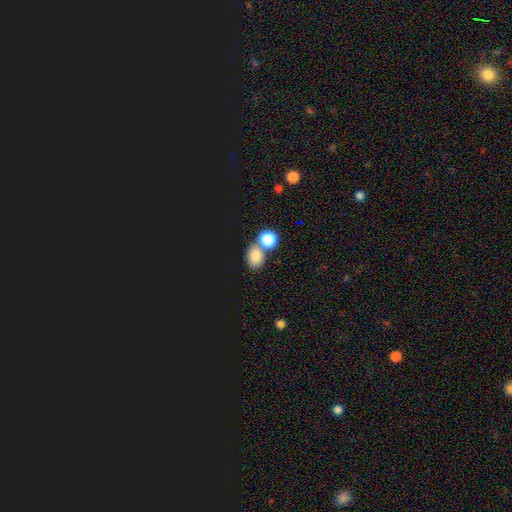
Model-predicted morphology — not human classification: Overall: smooth (77%). How rounded: in between (57%; round 41%). Merging: none (46%; merger 42%).